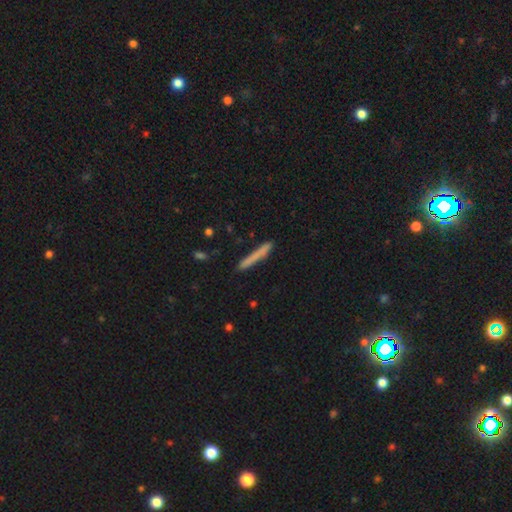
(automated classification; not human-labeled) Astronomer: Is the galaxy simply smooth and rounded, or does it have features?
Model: smooth — 73%.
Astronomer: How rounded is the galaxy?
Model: cigar-shaped — 96%.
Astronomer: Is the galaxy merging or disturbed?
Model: none — 86%.